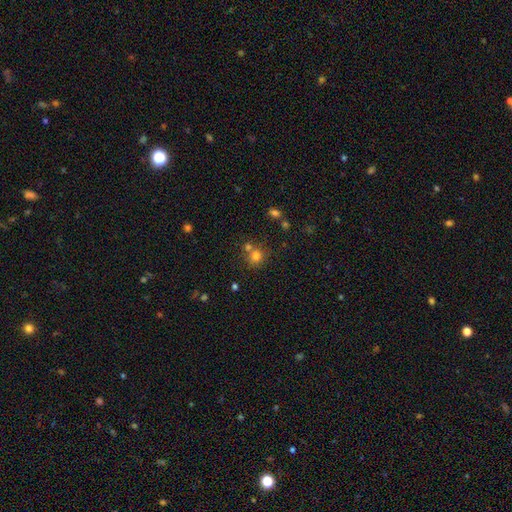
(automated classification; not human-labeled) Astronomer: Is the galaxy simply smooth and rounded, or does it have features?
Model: smooth — 76%.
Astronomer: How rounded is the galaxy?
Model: round — 83%.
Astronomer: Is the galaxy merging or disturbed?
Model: none — 56%.